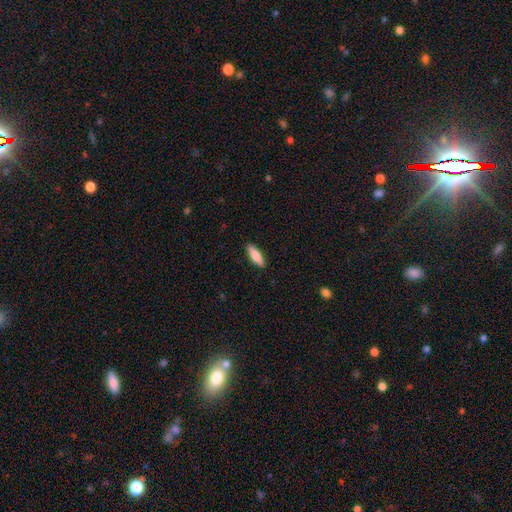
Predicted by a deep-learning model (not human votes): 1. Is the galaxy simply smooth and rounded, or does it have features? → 78% smooth, 16% featured or disk, 6% star or artifact.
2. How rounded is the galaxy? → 50% in between, 48% cigar-shaped, 2% round.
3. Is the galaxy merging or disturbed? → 89% none, 8% minor disturbance, 2% major disturbance, 1% merger.